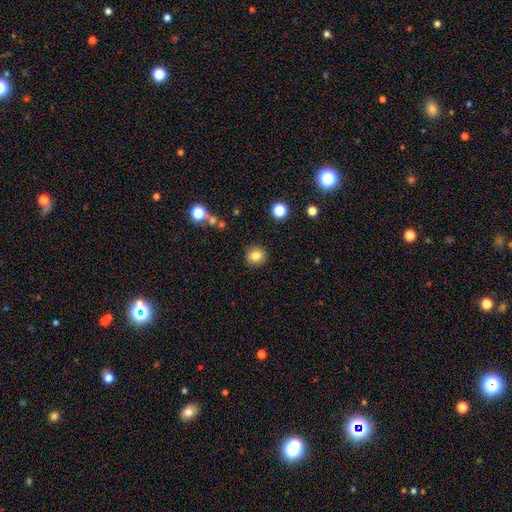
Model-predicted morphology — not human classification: Smooth or featured?
  - smooth: 83% *
  - star or artifact: 10%
  - featured or disk: 7%
How rounded?
  - round: 73% *
  - in between: 26%
  - cigar-shaped: 1%
Merging?
  - none: 88% *
  - minor disturbance: 7%
  - major disturbance: 2%
  - merger: 2%